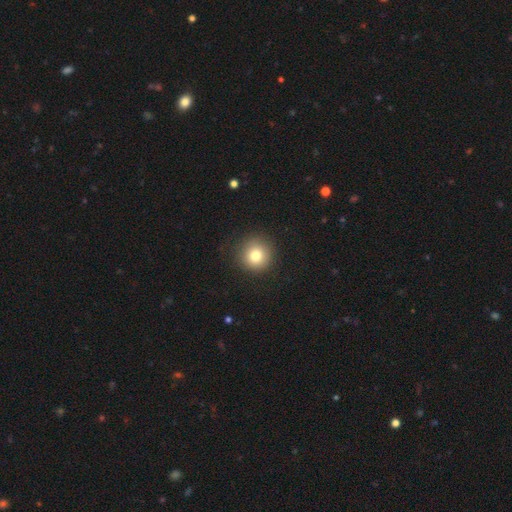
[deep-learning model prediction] A smooth galaxy with no disk features (79%) that is round (94%). Merging: none (89%).